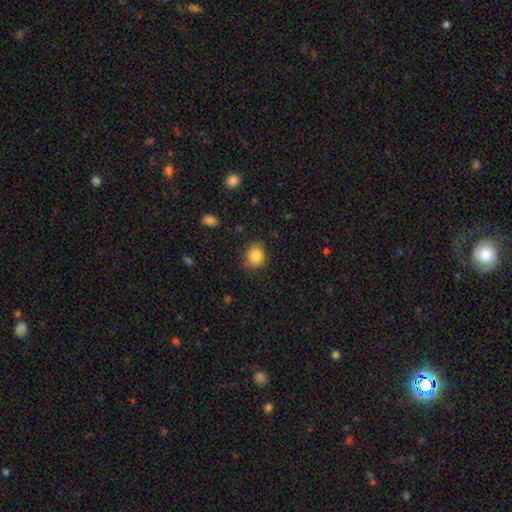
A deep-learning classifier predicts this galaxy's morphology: smooth 84%, star or artifact 10%, featured or disk 6%. Down the decision tree: how rounded — round (67%); merging — none (78%).